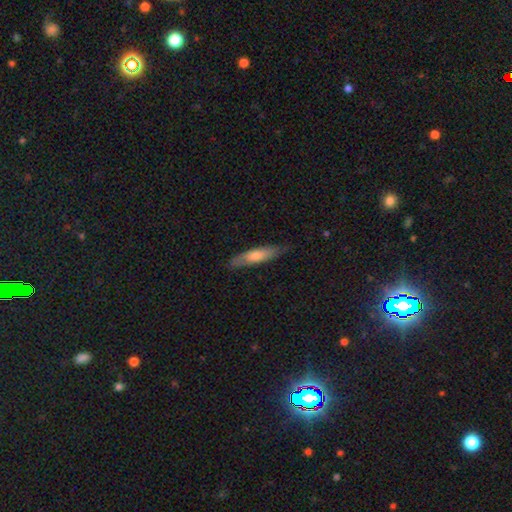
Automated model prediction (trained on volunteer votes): This is likely a smooth galaxy (64%). How rounded: likely cigar-shaped (78%). Merging: clearly none (82%).